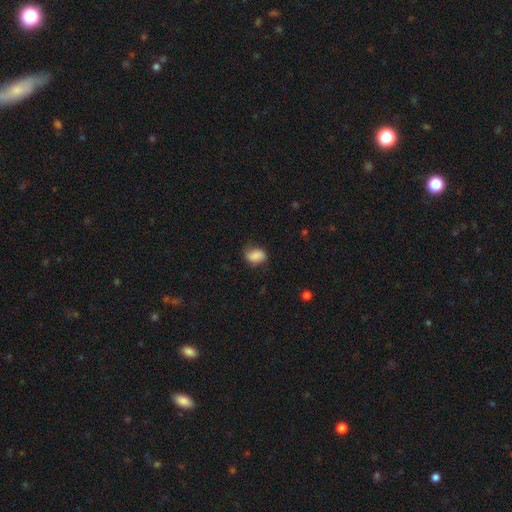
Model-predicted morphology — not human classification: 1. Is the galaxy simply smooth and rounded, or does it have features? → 78% smooth, 13% featured or disk, 8% star or artifact.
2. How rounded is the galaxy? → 74% in between, 24% round, 2% cigar-shaped.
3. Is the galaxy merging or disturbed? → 62% none, 27% minor disturbance, 9% major disturbance, 1% merger.